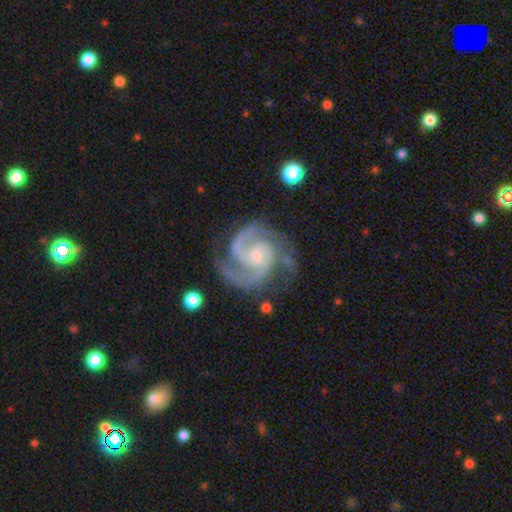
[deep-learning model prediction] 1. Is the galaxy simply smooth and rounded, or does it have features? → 93% featured or disk, 4% star or artifact, 3% smooth.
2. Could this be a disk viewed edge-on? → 98% no, 2% yes.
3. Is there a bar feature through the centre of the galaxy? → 54% no, 38% weak, 8% strong.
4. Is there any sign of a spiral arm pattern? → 99% yes, 1% no.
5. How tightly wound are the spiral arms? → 49% medium, 44% tight, 7% loose.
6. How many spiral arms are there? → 54% 2, 31% 3, 5% can't tell, 4% 4, 3% 1, 3% more than 4.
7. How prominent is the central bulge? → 47% small, 37% moderate, 11% none, 4% large, 1% dominant.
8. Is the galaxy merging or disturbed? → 69% none, 19% minor disturbance, 10% major disturbance, 2% merger.